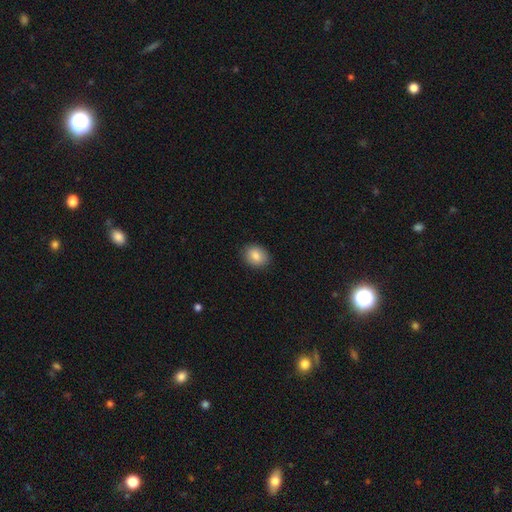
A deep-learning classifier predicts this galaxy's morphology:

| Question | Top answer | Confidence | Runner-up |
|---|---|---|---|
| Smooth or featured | smooth | 85% | star or artifact (8%) |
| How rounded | in between | 55% | round (44%) |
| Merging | none | 89% | minor disturbance (8%) |